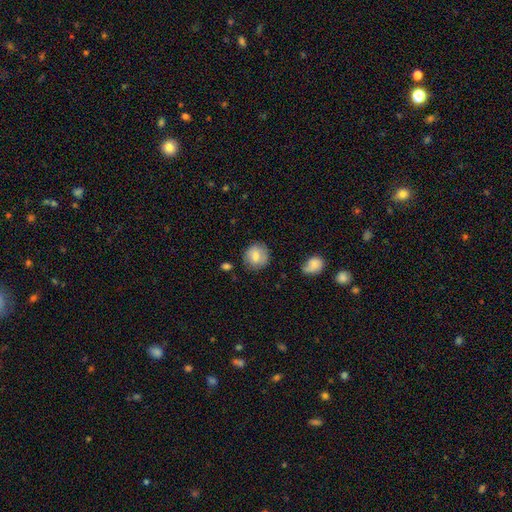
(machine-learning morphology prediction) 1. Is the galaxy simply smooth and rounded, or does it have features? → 75% smooth, 17% featured or disk, 8% star or artifact.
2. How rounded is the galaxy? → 79% round, 20% in between, 1% cigar-shaped.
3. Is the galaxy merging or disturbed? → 77% none, 16% minor disturbance, 4% major disturbance, 2% merger.